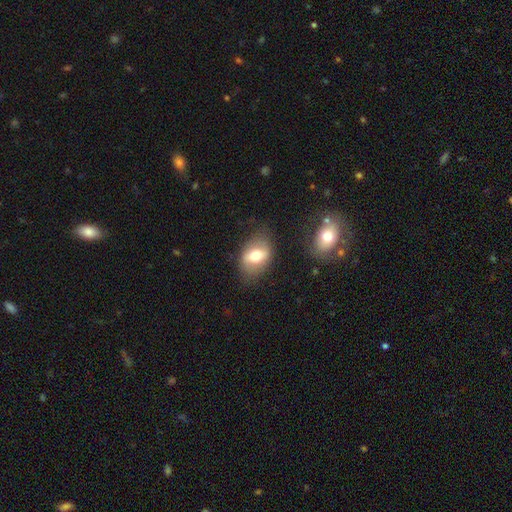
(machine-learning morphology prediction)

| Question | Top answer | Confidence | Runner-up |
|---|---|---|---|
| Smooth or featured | smooth | 57% | featured or disk (35%) |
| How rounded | in between | 79% | round (19%) |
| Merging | none | 72% | minor disturbance (18%) |